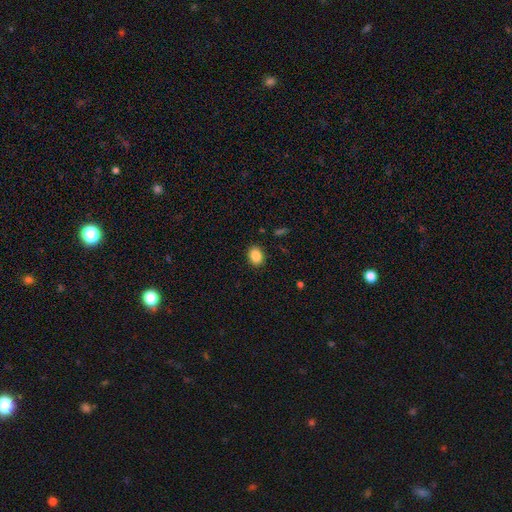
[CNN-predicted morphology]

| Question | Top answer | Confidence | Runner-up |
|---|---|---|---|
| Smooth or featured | smooth | 88% | star or artifact (9%) |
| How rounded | in between | 63% | round (36%) |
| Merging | none | 89% | minor disturbance (8%) |